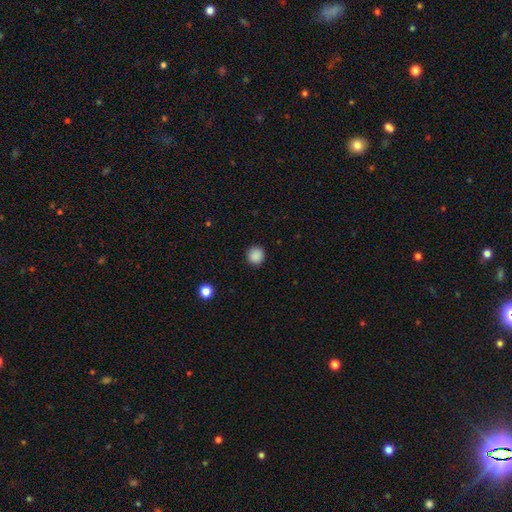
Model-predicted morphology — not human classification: Q: Smooth or featured?
A: smooth (88%); runner-up: star or artifact (10%)
Q: How rounded?
A: round (94%); runner-up: in between (5%)
Q: Merging?
A: none (92%); runner-up: minor disturbance (5%)